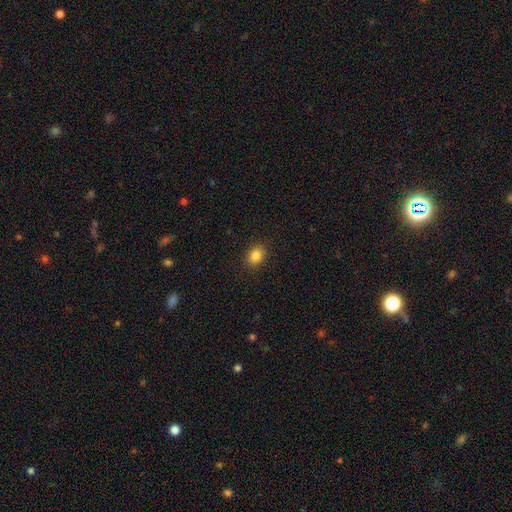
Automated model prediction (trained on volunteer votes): Overall: smooth (85%). How rounded: in between (59%; round 40%). Merging: none (89%).